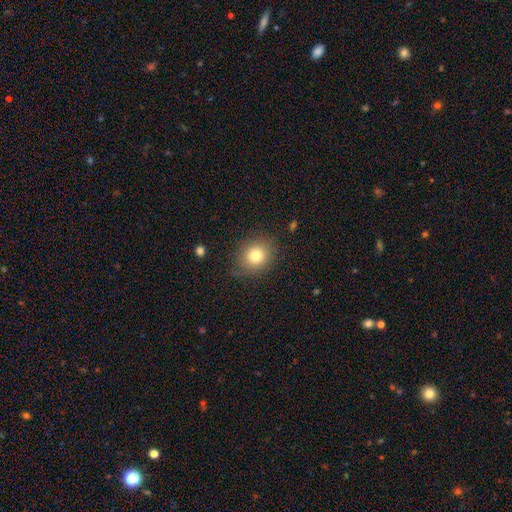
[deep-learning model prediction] A smooth galaxy with no disk features (79%) that is round (73%).

Vote fractions:
- Smooth or featured? smooth: 79% / star or artifact: 12% / featured or disk: 9%
- How rounded? round: 73% / in between: 26% / cigar-shaped: 1%
- Merging? none: 83% / minor disturbance: 12% / major disturbance: 4% / merger: 1%